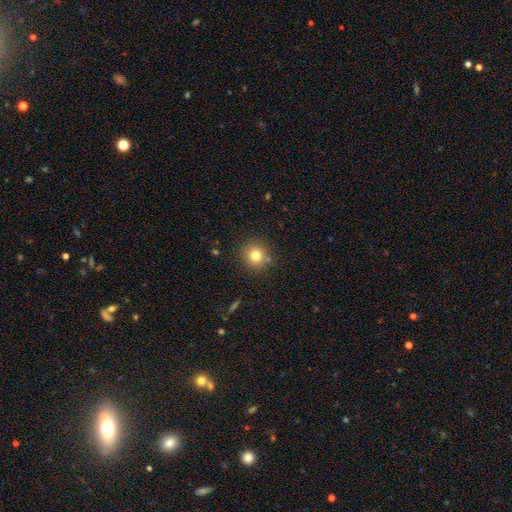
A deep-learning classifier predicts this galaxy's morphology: A smooth galaxy with no disk features (78%) that is round (92%). Merging: none (85%).